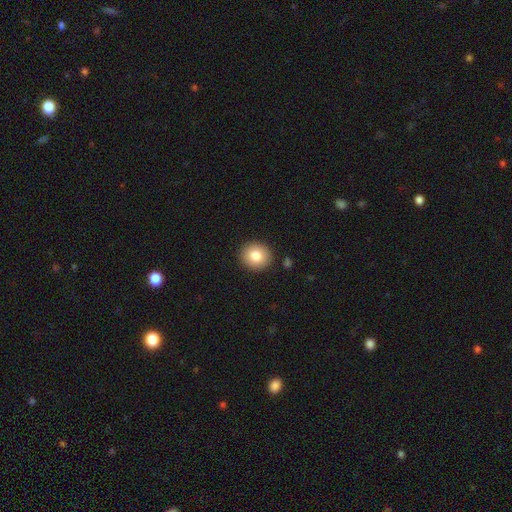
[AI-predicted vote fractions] Morphology: type=smooth (82%); roundness=round (89%); merging=none (91%).